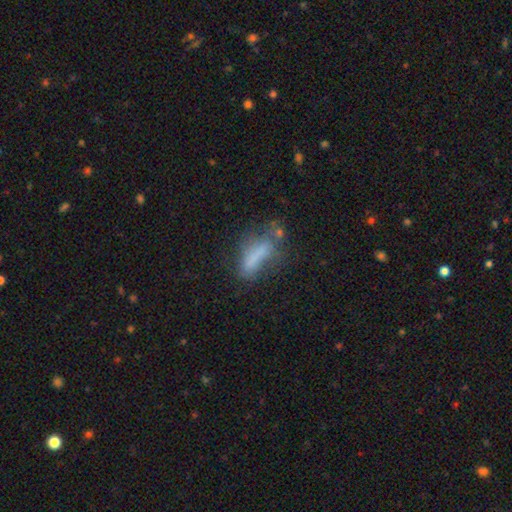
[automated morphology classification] type=smooth (64%); roundness=cigar-shaped (53%); merging=none (40%).